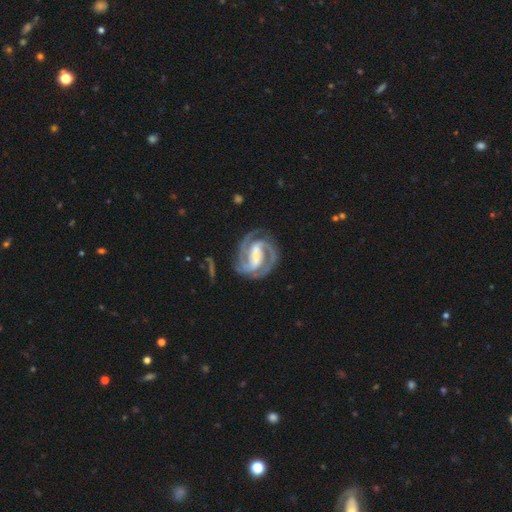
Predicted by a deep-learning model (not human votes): smooth-or-featured: featured or disk: 92% | smooth: 4% | star or artifact: 4%
  disk-edge-on: no: 98% | yes: 2%
    bar: strong: 62% | weak: 28% | no: 10%
    has-spiral-arms: yes: 98% | no: 2%
      spiral-winding: tight: 55% | medium: 40% | loose: 5%
      spiral-arm-count: 2: 63% | 3: 23% | can't tell: 5% | 4: 3% | 1: 3% | more than 4: 3%
    bulge-size: small: 41% | moderate: 30% | none: 13% | large: 13% | dominant: 2%
  merging: none: 77% | minor disturbance: 14% | major disturbance: 7% | merger: 2%